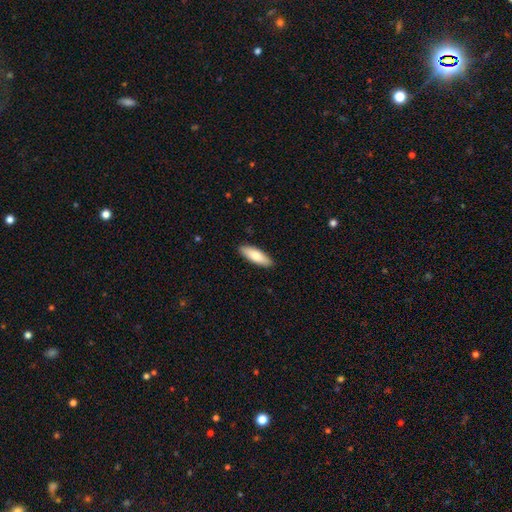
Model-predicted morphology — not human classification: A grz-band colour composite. It shows a smooth galaxy with no disk features (78%) that is in between round and cigar-shaped (58%). Merging: none (90%).